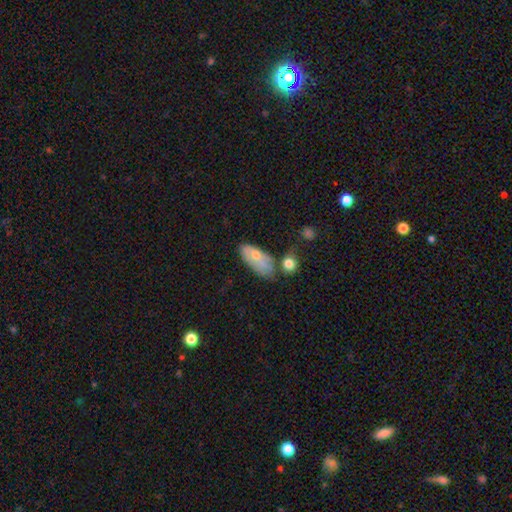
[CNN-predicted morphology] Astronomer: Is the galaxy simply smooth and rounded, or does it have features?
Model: smooth — 55% (runner-up: featured or disk, 37%).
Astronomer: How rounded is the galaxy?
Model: in between — 88%.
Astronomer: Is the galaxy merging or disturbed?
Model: none — 45% (runner-up: minor disturbance, 27%).